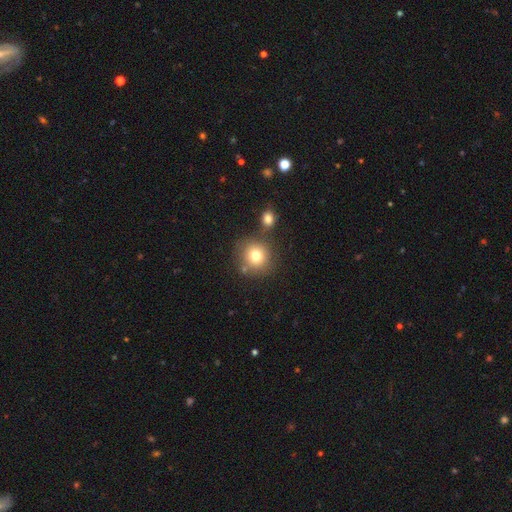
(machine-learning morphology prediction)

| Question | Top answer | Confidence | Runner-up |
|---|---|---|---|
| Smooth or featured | smooth | 76% | featured or disk (12%) |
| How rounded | round | 90% | in between (9%) |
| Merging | none | 68% | merger (18%) |